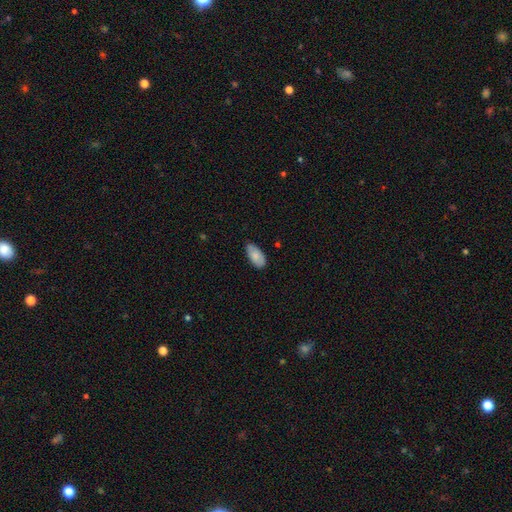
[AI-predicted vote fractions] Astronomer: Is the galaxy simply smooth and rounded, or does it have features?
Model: smooth — 82%.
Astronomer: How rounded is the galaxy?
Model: in between — 94%.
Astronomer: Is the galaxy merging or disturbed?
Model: none — 80%.